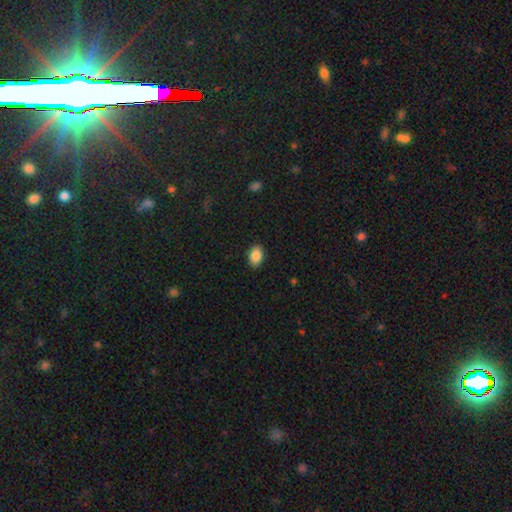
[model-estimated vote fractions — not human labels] This is clearly a smooth galaxy (88%). How rounded: clearly in between (86%). Merging: clearly none (89%).